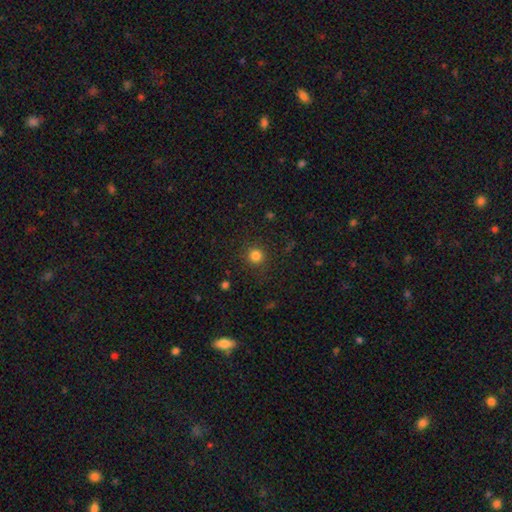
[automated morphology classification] Q: Smooth or featured?
A: smooth (82%); runner-up: star or artifact (14%)
Q: How rounded?
A: round (94%); runner-up: in between (5%)
Q: Merging?
A: none (89%); runner-up: minor disturbance (7%)